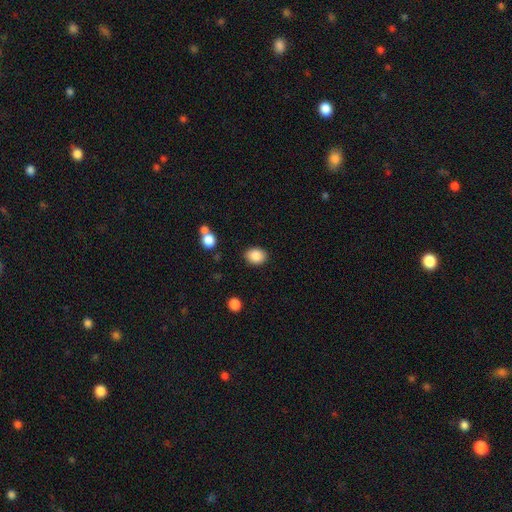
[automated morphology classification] Q: Smooth or featured?
A: smooth (87%); runner-up: star or artifact (8%)
Q: How rounded?
A: in between (61%); runner-up: round (38%)
Q: Merging?
A: none (86%); runner-up: minor disturbance (9%)